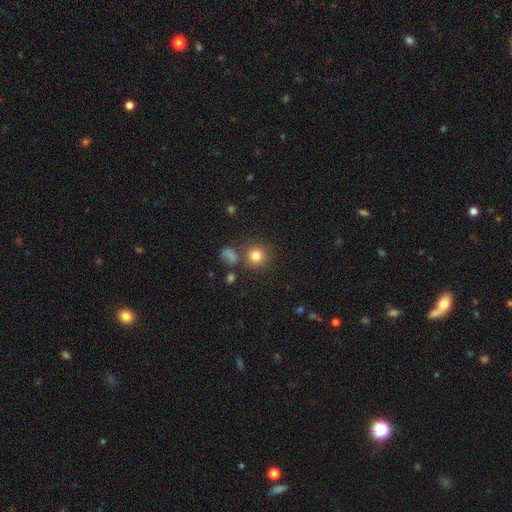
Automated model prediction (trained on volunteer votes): Smooth or featured? Predicted: smooth (p=0.81). How rounded? Predicted: round (p=0.91). Merging? Predicted: none (p=0.76).